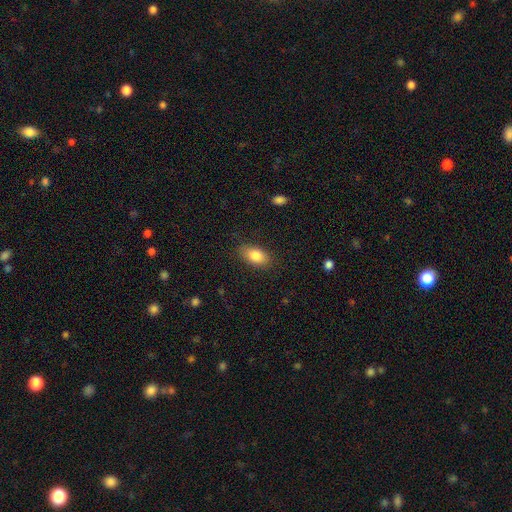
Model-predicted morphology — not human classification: Smooth or featured? smooth (83%)
How rounded? in between (90%)
Merging? none (82%)